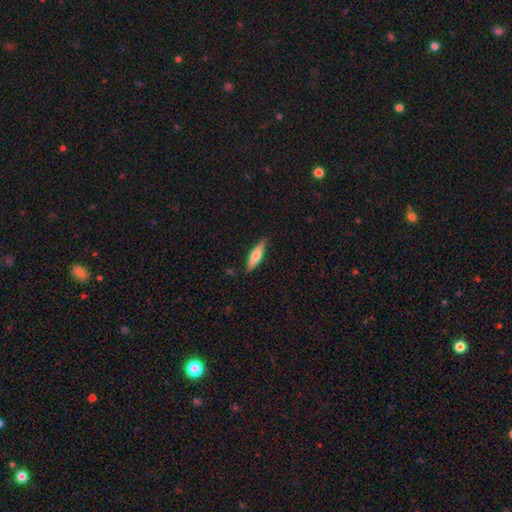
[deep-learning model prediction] Smooth or featured: smooth — 60% (featured or disk — 34%)
How rounded: cigar-shaped — 68% (in between — 30%)
Merging: none — 87% (minor disturbance — 10%)